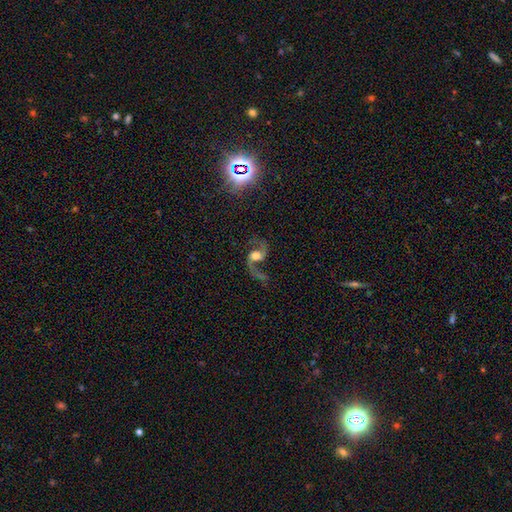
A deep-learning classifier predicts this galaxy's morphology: smooth_or_featured: featured or disk (p=0.86) [alt: smooth p=0.07]
disk_edge_on: no (p=0.97) [alt: yes p=0.03]
bar: no (p=0.52) [alt: weak p=0.35]
has_spiral_arms: yes (p=0.95) [alt: no p=0.05]
spiral_winding: loose (p=0.77) [alt: medium p=0.20]
spiral_arm_count: 2 (p=0.92) [alt: 1 p=0.03]
bulge_size: moderate (p=0.42) [alt: large p=0.40]
merging: none (p=0.63) [alt: major disturbance p=0.18]